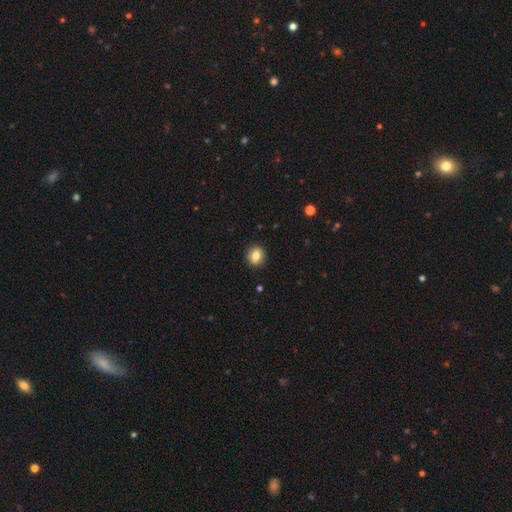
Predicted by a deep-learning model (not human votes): smooth-or-featured: smooth: 79% | featured or disk: 11% | star or artifact: 9%
  how-rounded: round: 69% | in between: 30% | cigar-shaped: 1%
  merging: none: 90% | minor disturbance: 7% | major disturbance: 2% | merger: 1%